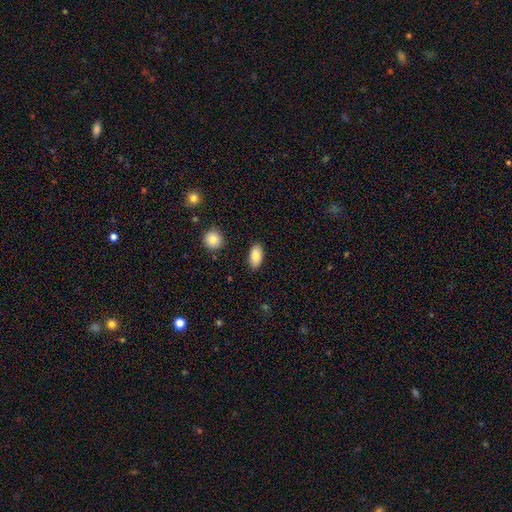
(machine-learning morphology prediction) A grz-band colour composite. It shows a smooth galaxy with no disk features (86%) that is in between round and cigar-shaped (93%). Merging: none (88%).